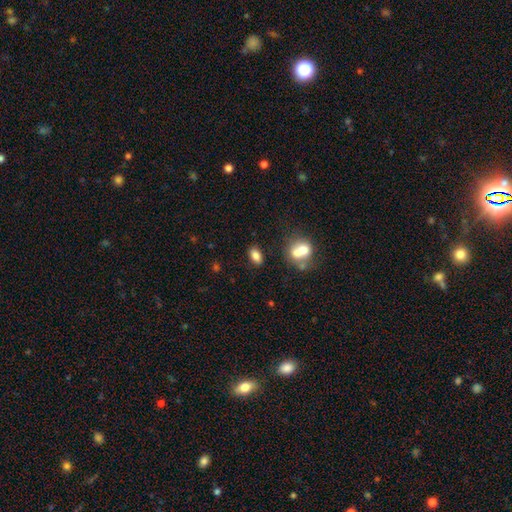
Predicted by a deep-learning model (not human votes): A smooth galaxy with no disk features (82%) that is in between round and cigar-shaped (87%).

Vote fractions:
- Smooth or featured? smooth: 82% / star or artifact: 10% / featured or disk: 8%
- How rounded? in between: 87% / round: 9% / cigar-shaped: 4%
- Merging? none: 78% / minor disturbance: 10% / merger: 9% / major disturbance: 3%